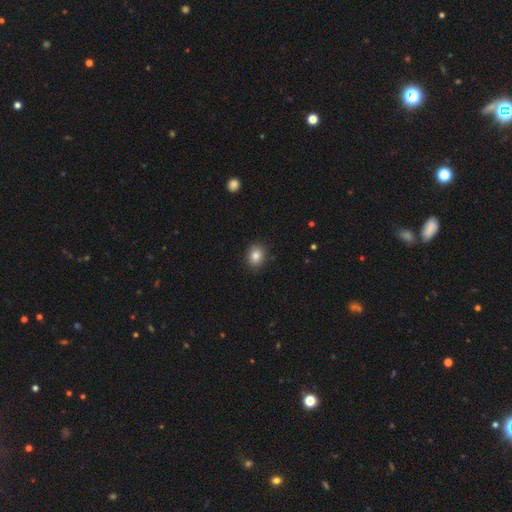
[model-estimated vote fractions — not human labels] This is clearly a smooth galaxy (85%). How rounded: possibly round (51%). Merging: clearly none (87%).